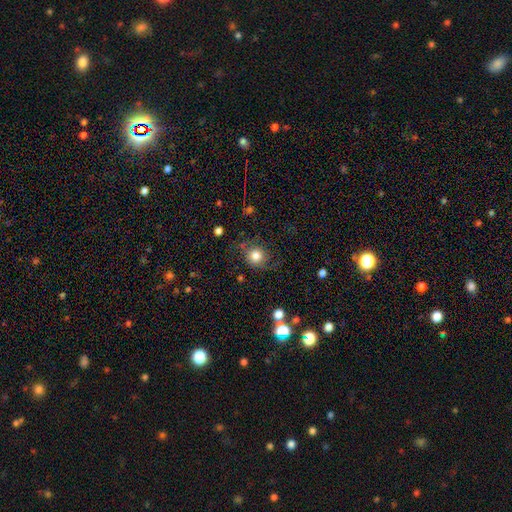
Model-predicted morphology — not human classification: Q: Smooth or featured?
A: smooth (78%); runner-up: featured or disk (12%)
Q: How rounded?
A: round (88%); runner-up: in between (11%)
Q: Merging?
A: none (71%); runner-up: minor disturbance (17%)